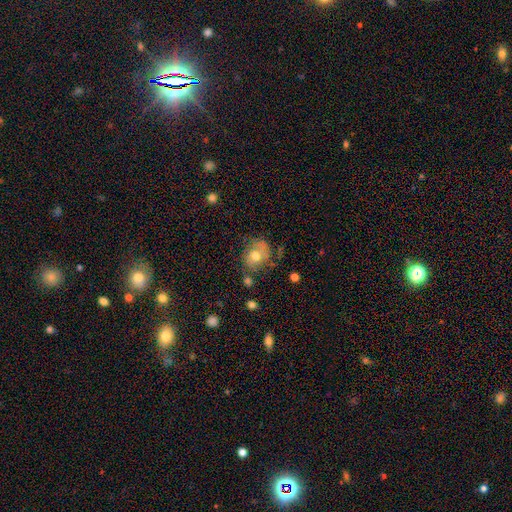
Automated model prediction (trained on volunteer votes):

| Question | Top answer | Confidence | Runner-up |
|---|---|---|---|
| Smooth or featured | smooth | 58% | featured or disk (33%) |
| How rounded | round | 53% | in between (46%) |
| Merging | none | 47% | minor disturbance (29%) |